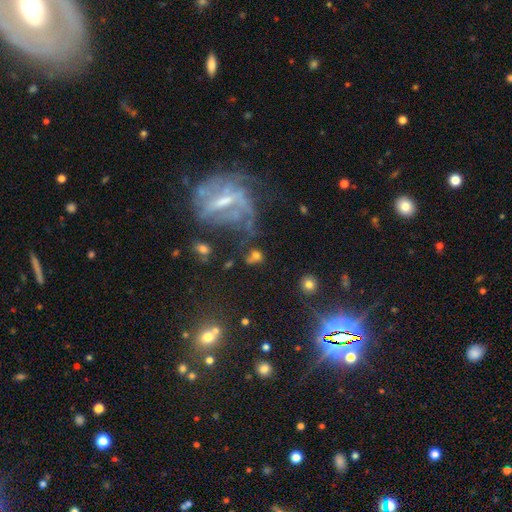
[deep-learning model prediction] A smooth galaxy with no disk features (50%) that is round (51%). Merging: none (52%).